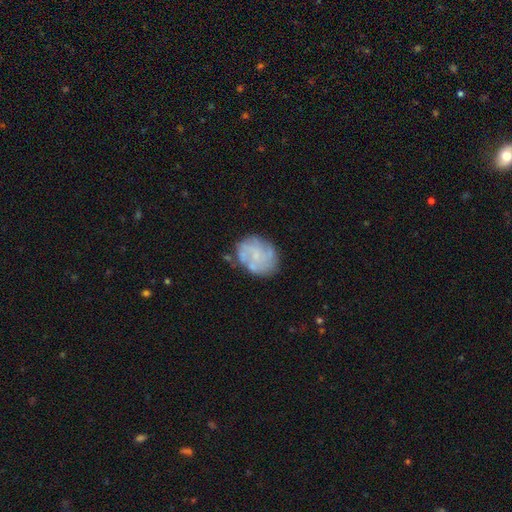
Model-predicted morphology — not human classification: featured or disk 62%, smooth 30%, star or artifact 8%. Down the decision tree: edge-on disk — no (98%); bar — no (78%); spiral arms — yes (66%); bulge size — small (47%); merging — none (69%).